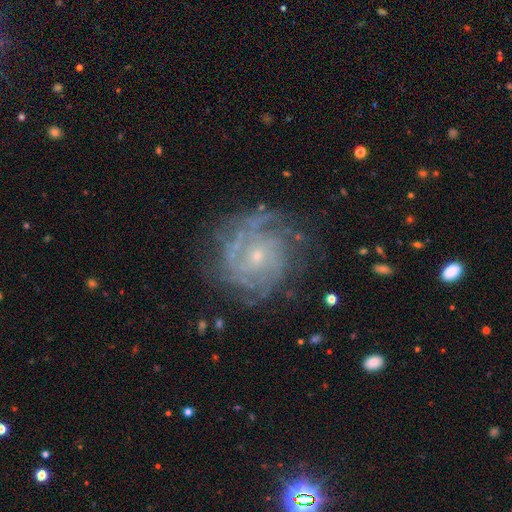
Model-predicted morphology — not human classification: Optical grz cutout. It shows a featured or disk galaxy (83%) with no bar (73%), tight (68%) spiral arms (93%) and a small central bulge (78%). Merging: none (73%).